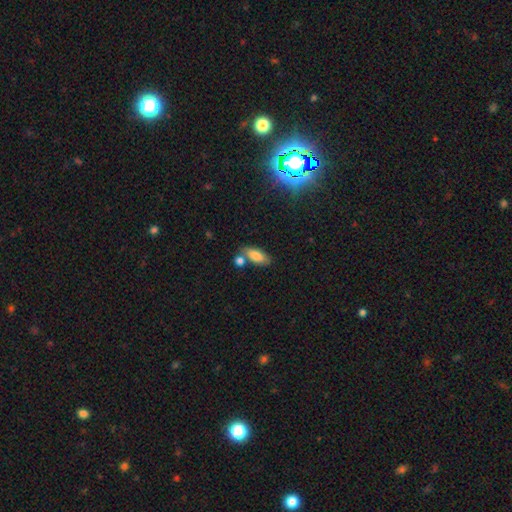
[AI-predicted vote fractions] Overall: smooth (81%). How rounded: in between (85%). Merging: none (62%).